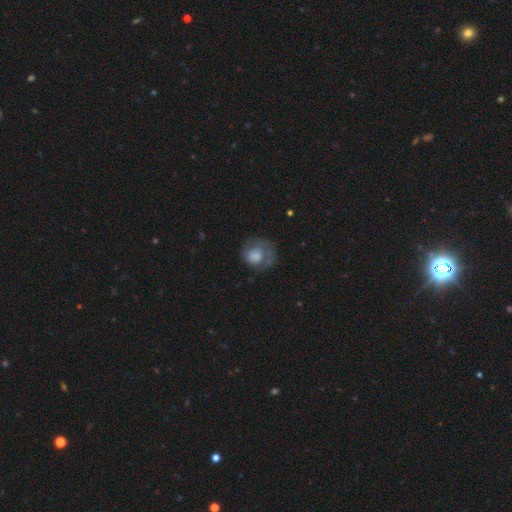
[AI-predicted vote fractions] Overall: smooth (58%; featured or disk 34%). How rounded: round (73%). Merging: none (47%; major disturbance 27%).